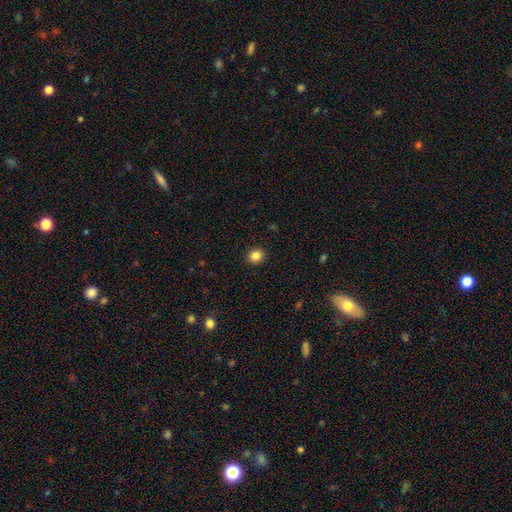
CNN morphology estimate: The model was most divided on "how rounded": round: 84%, in between: 15%, cigar-shaped: 1%. More confident: merging — none (92%); smooth or featured — smooth (84%).